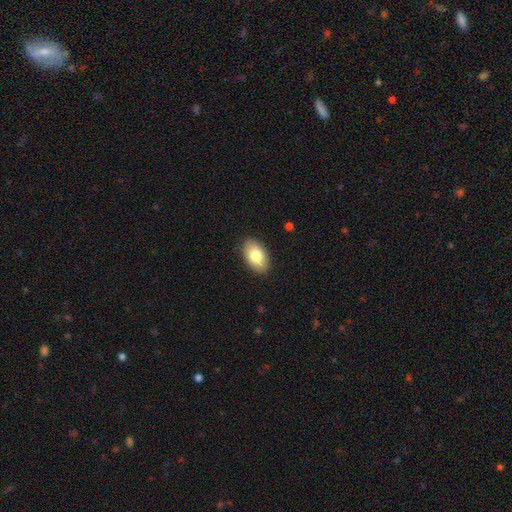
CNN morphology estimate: Smooth or featured?
  - smooth: 81% *
  - featured or disk: 13%
  - star or artifact: 6%
How rounded?
  - in between: 93% *
  - round: 5%
  - cigar-shaped: 2%
Merging?
  - none: 88% *
  - minor disturbance: 9%
  - major disturbance: 2%
  - merger: 1%